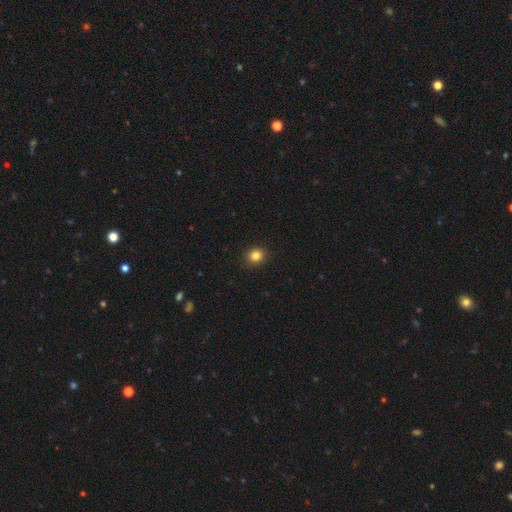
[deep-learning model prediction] smooth_or_featured: smooth (p=0.83) [alt: star or artifact p=0.12]
how_rounded: round (p=0.82) [alt: in between p=0.17]
merging: none (p=0.90) [alt: minor disturbance p=0.07]